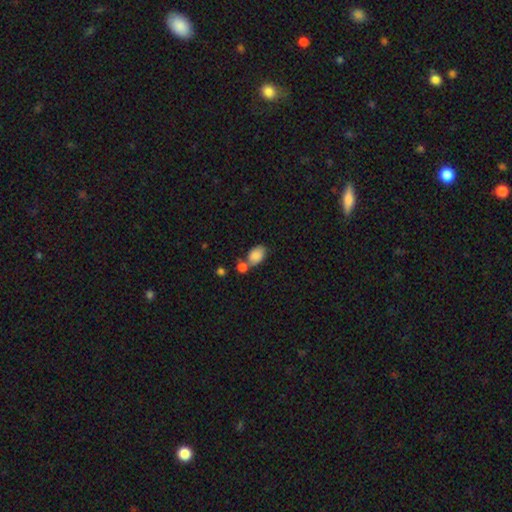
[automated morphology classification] smooth-or-featured: smooth: 86% | star or artifact: 8% | featured or disk: 6%
  how-rounded: in between: 85% | round: 14% | cigar-shaped: 1%
  merging: none: 47% | merger: 33% | minor disturbance: 15% | major disturbance: 5%